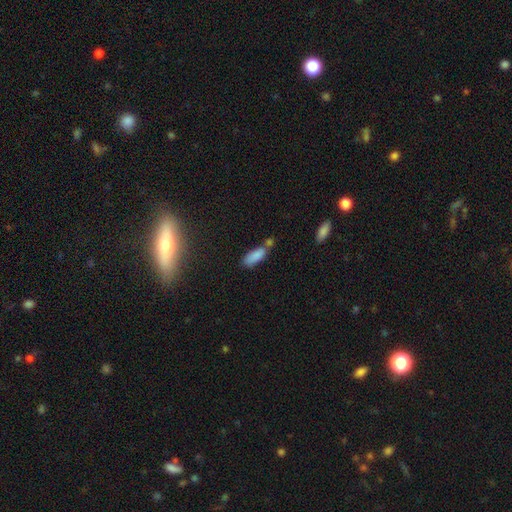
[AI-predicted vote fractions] smooth-or-featured: smooth: 84% | star or artifact: 9% | featured or disk: 8%
  how-rounded: in between: 74% | cigar-shaped: 24% | round: 2%
  merging: none: 46% | merger: 31% | minor disturbance: 18% | major disturbance: 5%